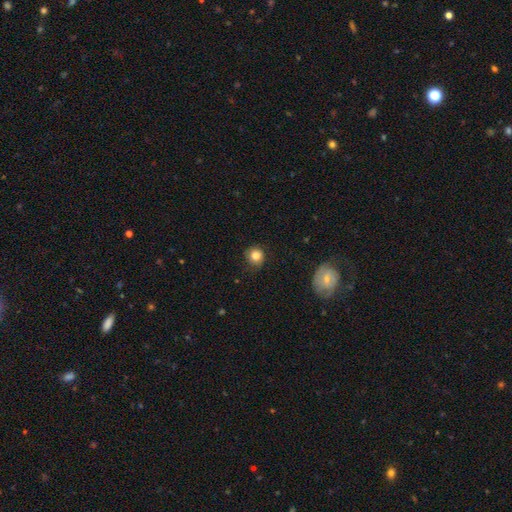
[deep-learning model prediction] Q: Smooth or featured?
A: smooth (82%); runner-up: star or artifact (10%)
Q: How rounded?
A: round (87%); runner-up: in between (12%)
Q: Merging?
A: none (77%); runner-up: minor disturbance (17%)